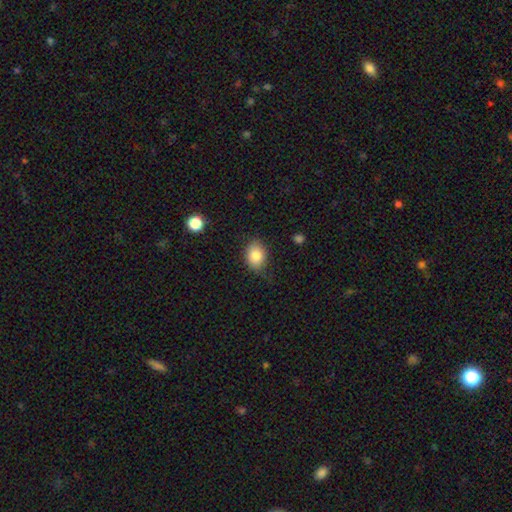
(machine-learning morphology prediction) Smooth or featured?
  - smooth: 83% *
  - star or artifact: 9%
  - featured or disk: 8%
How rounded?
  - in between: 63% *
  - round: 36%
  - cigar-shaped: 1%
Merging?
  - none: 73% *
  - minor disturbance: 20%
  - major disturbance: 5%
  - merger: 2%